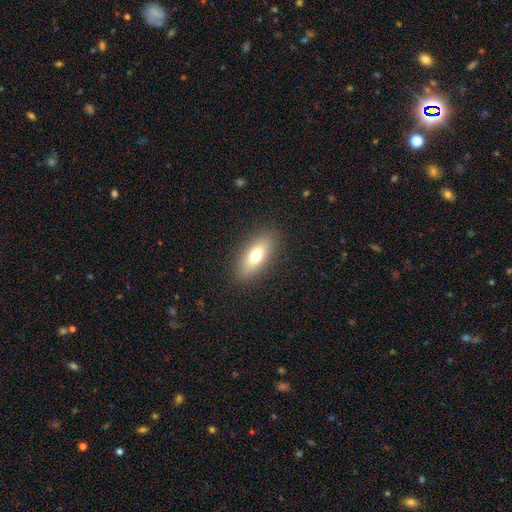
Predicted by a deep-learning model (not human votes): Q: Smooth or featured?
A: smooth (71%); runner-up: featured or disk (21%)
Q: How rounded?
A: in between (73%); runner-up: cigar-shaped (23%)
Q: Merging?
A: none (88%); runner-up: minor disturbance (8%)